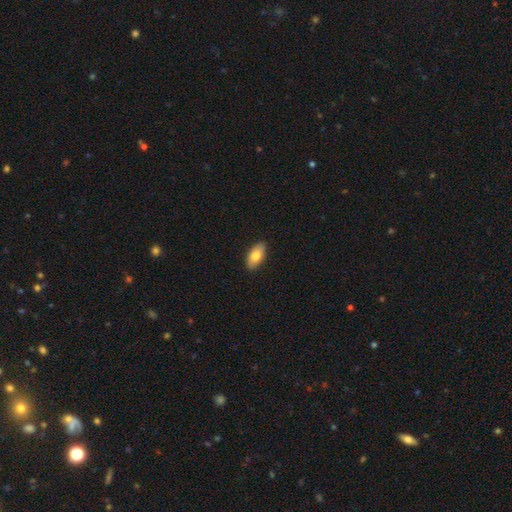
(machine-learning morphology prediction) smooth_or_featured: smooth (p=0.79) [alt: featured or disk p=0.15]
how_rounded: in between (p=0.91) [alt: cigar-shaped p=0.06]
merging: none (p=0.89) [alt: minor disturbance p=0.08]